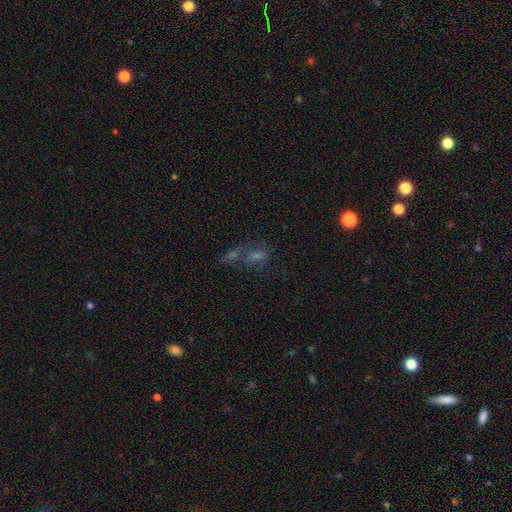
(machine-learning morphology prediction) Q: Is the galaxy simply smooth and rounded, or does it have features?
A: star or artifact — 38%.